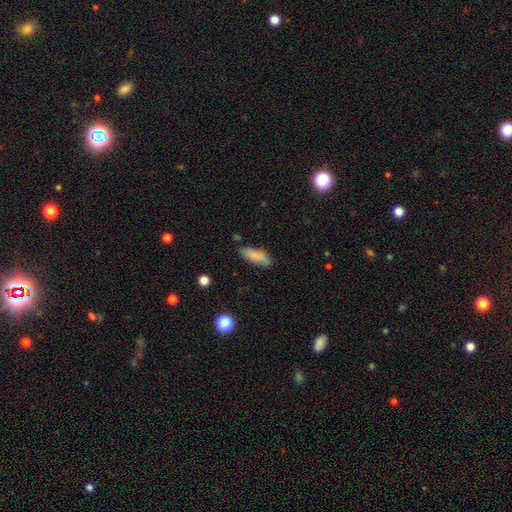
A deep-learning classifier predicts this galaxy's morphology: Overall: smooth (82%). How rounded: in between (59%; cigar-shaped 39%). Merging: none (78%).